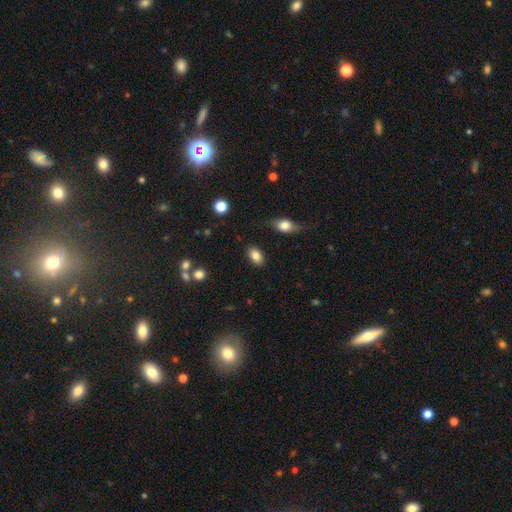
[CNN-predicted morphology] smooth_or_featured: smooth (p=0.83) [alt: featured or disk p=0.08]
how_rounded: in between (p=0.88) [alt: round p=0.10]
merging: none (p=0.85) [alt: minor disturbance p=0.10]